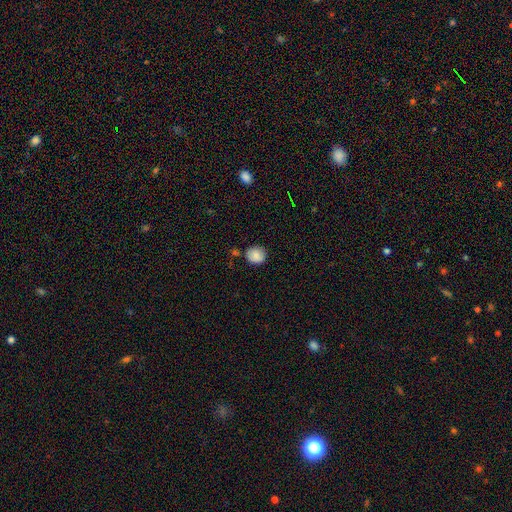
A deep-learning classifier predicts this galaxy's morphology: smooth 84%, star or artifact 8%, featured or disk 7%. Down the decision tree: how rounded — round (81%); merging — none (77%).